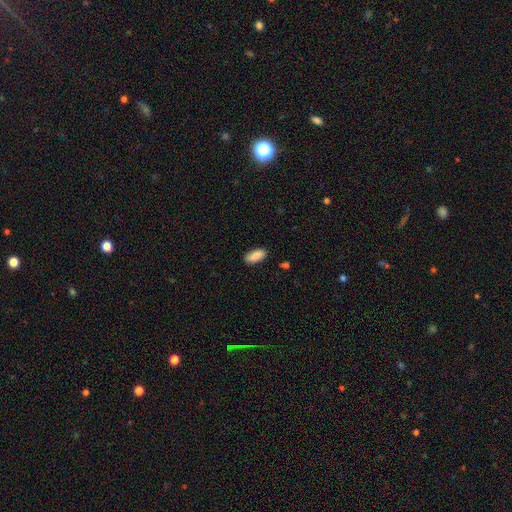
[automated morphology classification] Smooth or featured? smooth (88%)
How rounded? in between (86%)
Merging? none (86%)